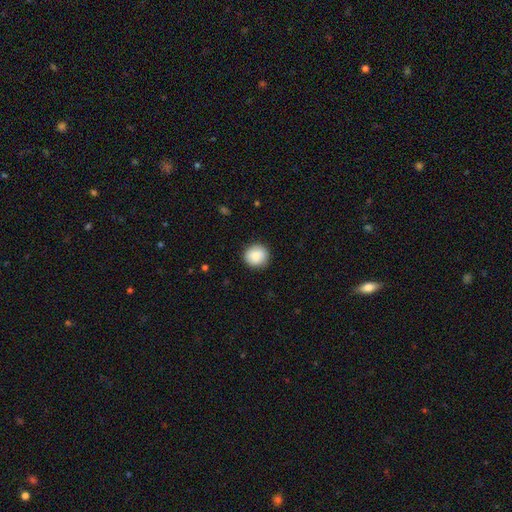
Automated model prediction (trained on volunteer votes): A smooth galaxy with no disk features (84%) that is round (91%). Merging: none (89%).